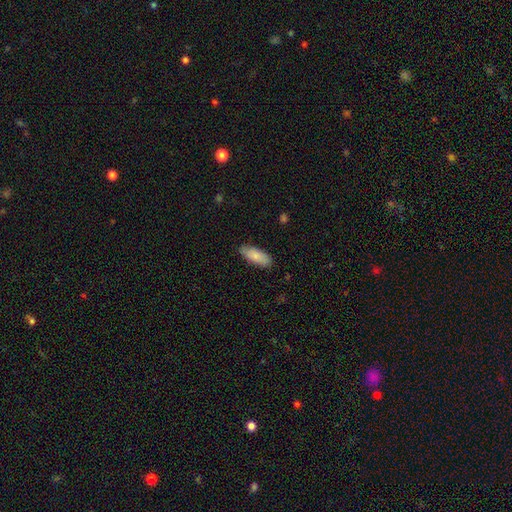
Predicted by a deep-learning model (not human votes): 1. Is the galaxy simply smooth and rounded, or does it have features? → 84% smooth, 11% featured or disk, 6% star or artifact.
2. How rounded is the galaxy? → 77% in between, 21% cigar-shaped, 2% round.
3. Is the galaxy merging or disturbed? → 84% none, 13% minor disturbance, 2% major disturbance, 1% merger.